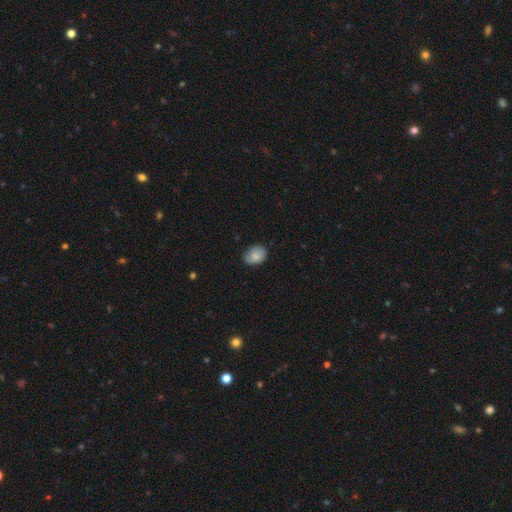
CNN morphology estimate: The model was most divided on "how rounded": in between: 67%, round: 32%, cigar-shaped: 1%. More confident: smooth or featured — smooth (80%); merging — none (69%).